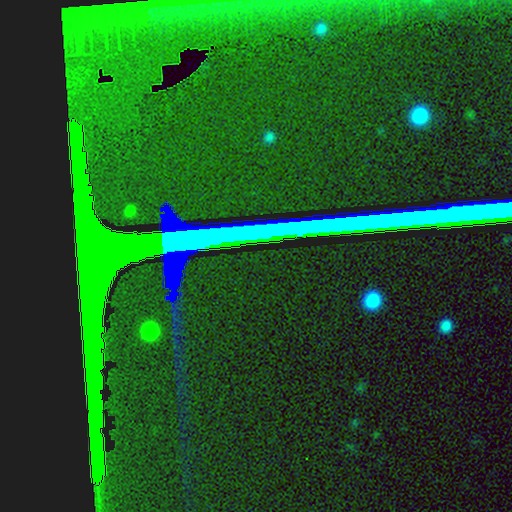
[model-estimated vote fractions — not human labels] Q: Smooth or featured?
A: star or artifact (85%); runner-up: featured or disk (9%)